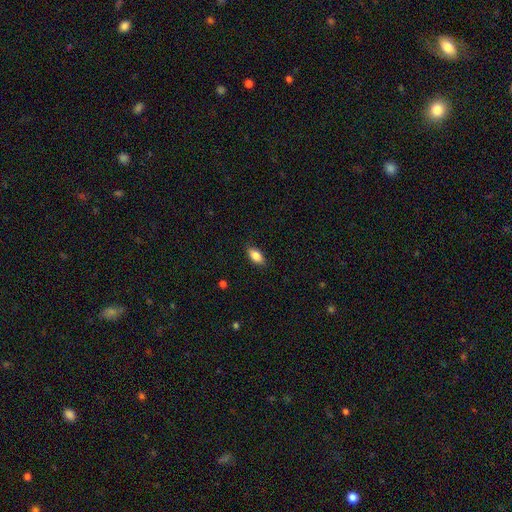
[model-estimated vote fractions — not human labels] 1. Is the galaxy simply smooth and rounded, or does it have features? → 84% smooth, 9% featured or disk, 7% star or artifact.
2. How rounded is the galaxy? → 89% in between, 7% cigar-shaped, 4% round.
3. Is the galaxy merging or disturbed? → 86% none, 10% minor disturbance, 2% major disturbance, 1% merger.